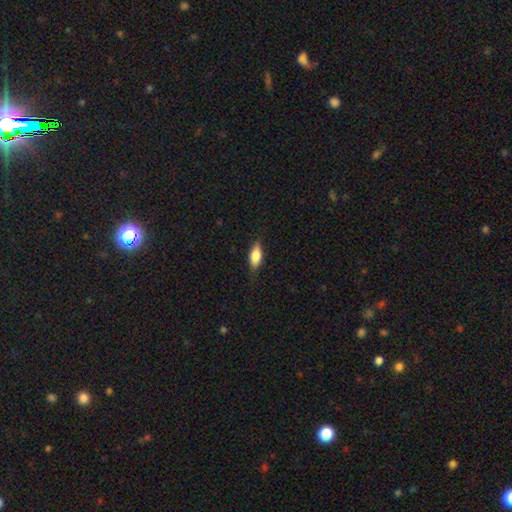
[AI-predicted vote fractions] smooth 68%, featured or disk 25%, star or artifact 7%. Down the decision tree: how rounded — in between (76%); merging — none (81%).